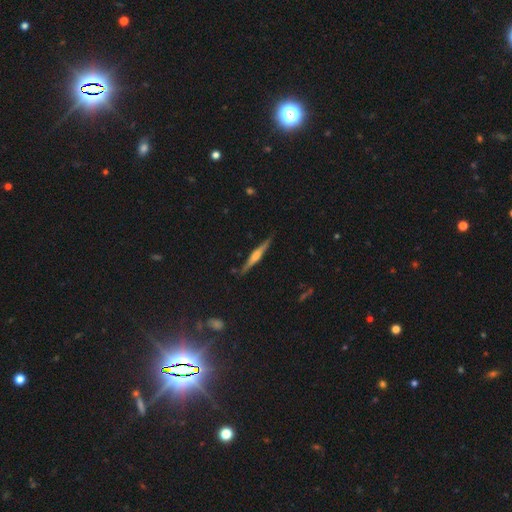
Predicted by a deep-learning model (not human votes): Smooth or featured?
  - featured or disk: 65% *
  - smooth: 28%
  - star or artifact: 7%
Edge-on disk?
  - yes: 97% *
  - no: 3%
Edge-on bulge?
  - rounded: 70% *
  - boxy: 16%
  - none: 14%
Merging?
  - none: 87% *
  - minor disturbance: 9%
  - major disturbance: 2%
  - merger: 2%